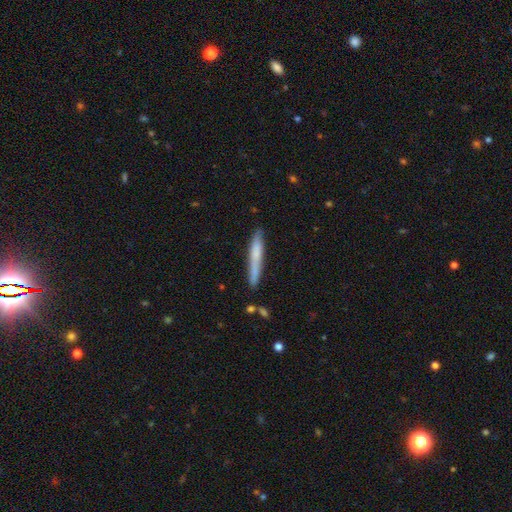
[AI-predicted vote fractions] smooth 62%, featured or disk 32%, star or artifact 6%. Down the decision tree: how rounded — cigar-shaped (95%); merging — none (81%).